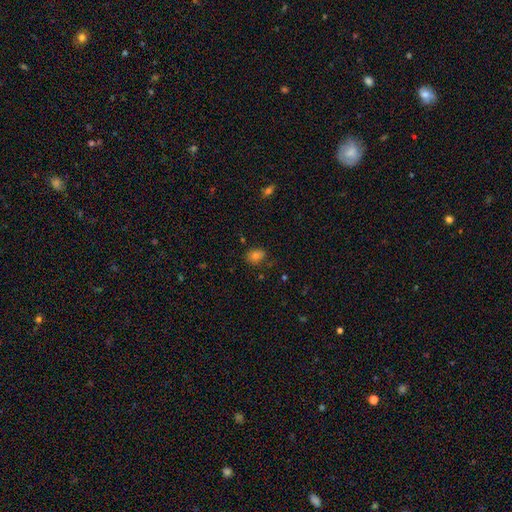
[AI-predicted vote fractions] Overall: smooth (75%). How rounded: in between (53%; round 45%). Merging: none (73%).